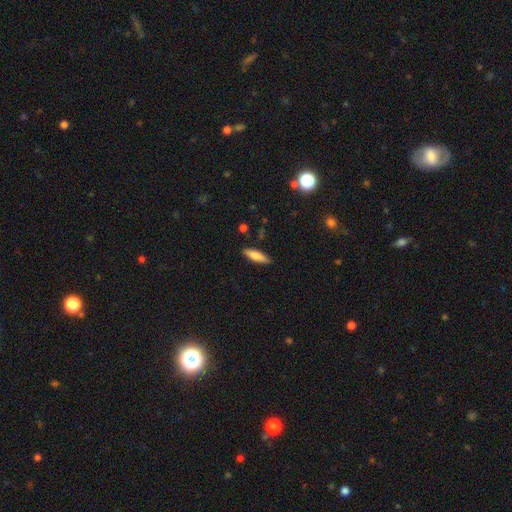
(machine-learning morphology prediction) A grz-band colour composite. It shows a smooth galaxy with no disk features (78%) that is cigar-shaped (58%). Merging: none (86%).